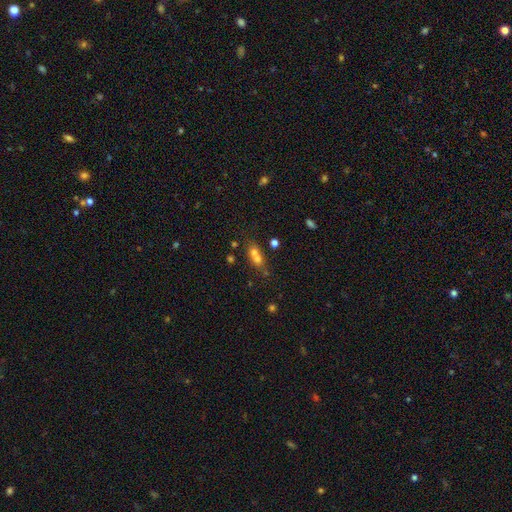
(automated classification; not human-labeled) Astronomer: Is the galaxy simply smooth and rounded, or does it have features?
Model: smooth — 62%.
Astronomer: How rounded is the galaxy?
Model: round — 57% (runner-up: in between, 39%).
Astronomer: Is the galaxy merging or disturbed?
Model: merger — 60%.